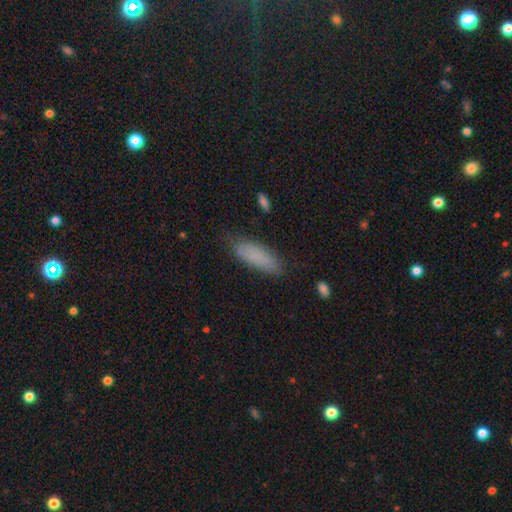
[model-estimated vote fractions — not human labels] smooth 85%, star or artifact 8%, featured or disk 7%. Down the decision tree: how rounded — in between (59%); merging — none (78%).